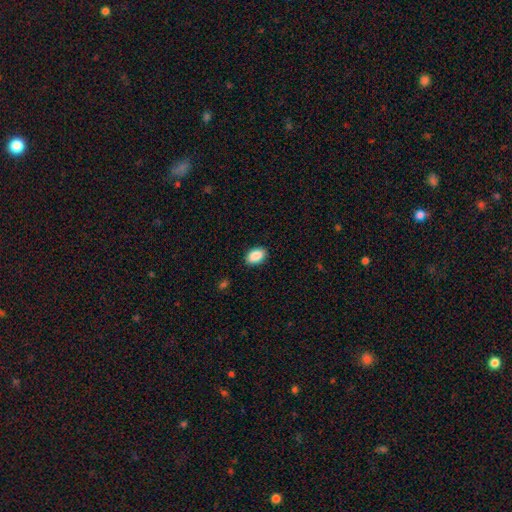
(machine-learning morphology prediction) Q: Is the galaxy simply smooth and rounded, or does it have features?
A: smooth — 89%.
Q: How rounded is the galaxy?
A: in between — 87%.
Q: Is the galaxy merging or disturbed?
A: none — 87%.